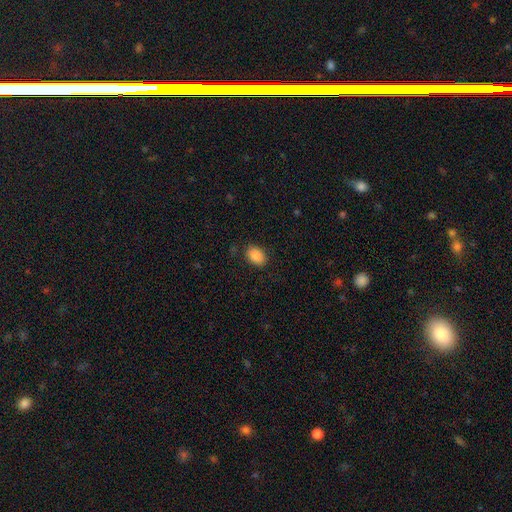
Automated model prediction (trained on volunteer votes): Smooth or featured? Predicted: smooth (p=0.88). How rounded? Predicted: in between (p=0.83). Merging? Predicted: none (p=0.86).